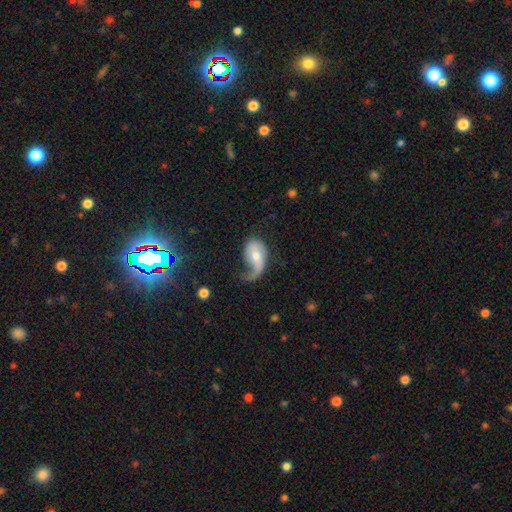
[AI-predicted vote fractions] smooth_or_featured: featured or disk (p=0.58) [alt: smooth p=0.35]
disk_edge_on: no (p=0.95) [alt: yes p=0.05]
bar: no (p=0.54) [alt: weak p=0.35]
has_spiral_arms: yes (p=0.79) [alt: no p=0.21]
bulge_size: moderate (p=0.58) [alt: small p=0.33]
merging: major disturbance (p=0.48) [alt: none p=0.26]